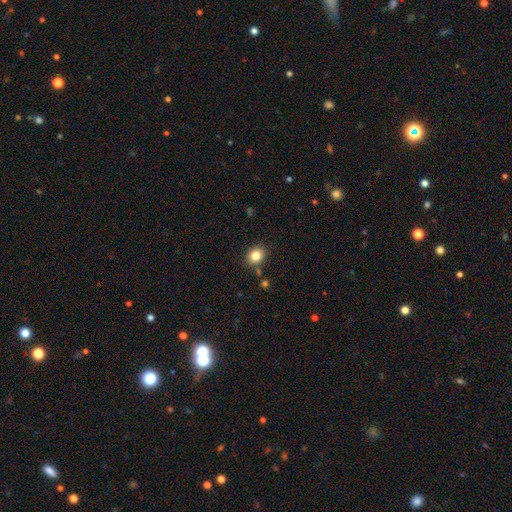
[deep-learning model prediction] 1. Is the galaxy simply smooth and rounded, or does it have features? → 82% smooth, 11% star or artifact, 7% featured or disk.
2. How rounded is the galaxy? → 58% round, 41% in between, 1% cigar-shaped.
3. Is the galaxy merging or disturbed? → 83% none, 10% minor disturbance, 4% merger, 3% major disturbance.